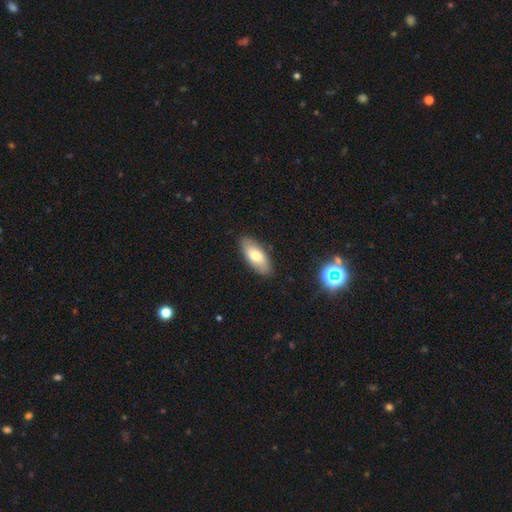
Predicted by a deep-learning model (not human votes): Overall: smooth (72%). How rounded: in between (85%). Merging: none (87%).